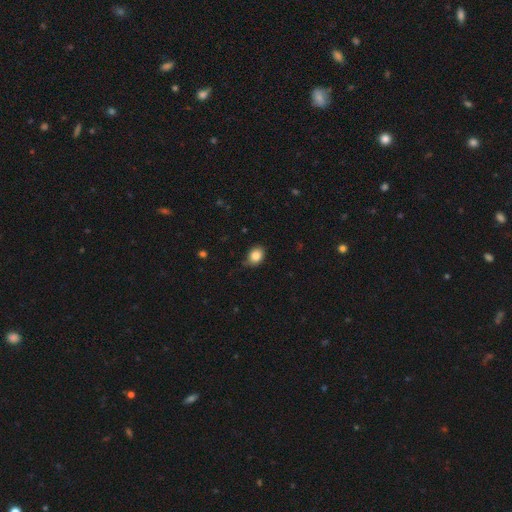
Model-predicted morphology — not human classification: Smooth or featured? Predicted: smooth (p=0.85). How rounded? Predicted: in between (p=0.53). Merging? Predicted: none (p=0.73).